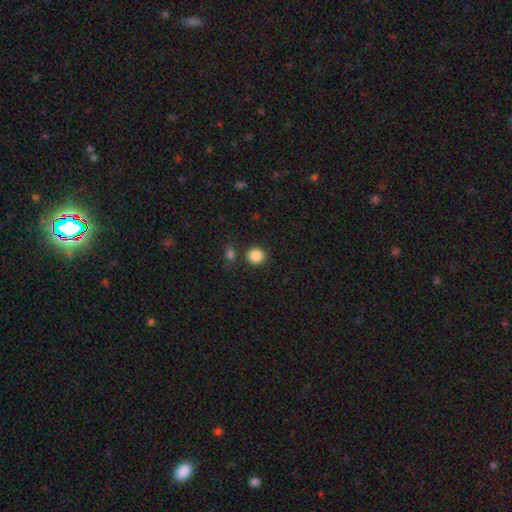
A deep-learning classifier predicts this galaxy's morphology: The model was most divided on "merging": none: 83%, minor disturbance: 7%, merger: 7%, major disturbance: 3%. More confident: how rounded — round (92%); smooth or featured — smooth (86%).